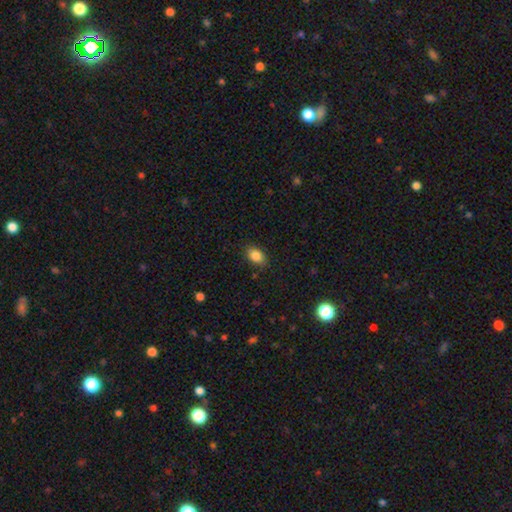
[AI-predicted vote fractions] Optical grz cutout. It shows a smooth galaxy with no disk features (85%) that is in between round and cigar-shaped (82%). Merging: none (84%).